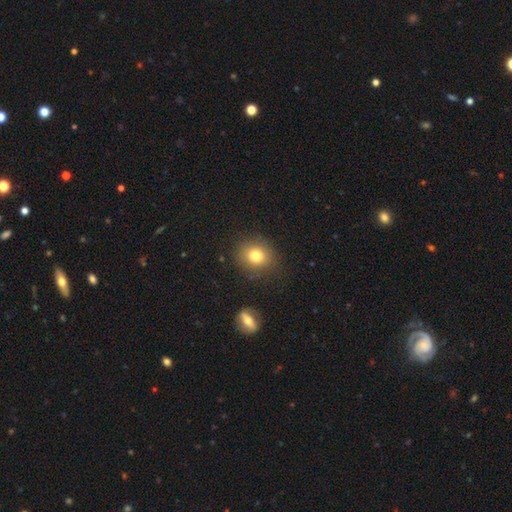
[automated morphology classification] Smooth or featured: smooth — 78% (star or artifact — 11%)
How rounded: round — 78% (in between — 21%)
Merging: none — 84% (minor disturbance — 10%)